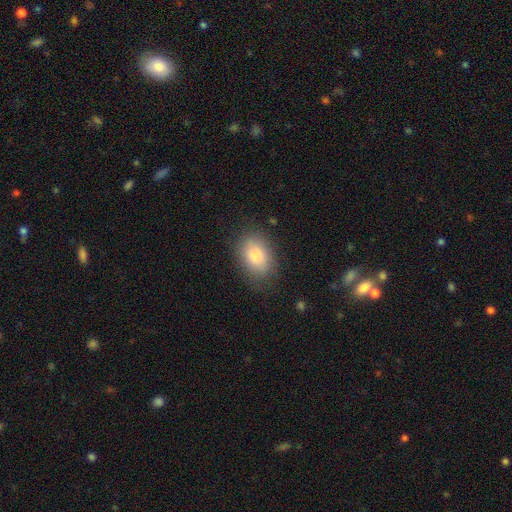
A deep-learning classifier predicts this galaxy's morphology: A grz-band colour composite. It shows a smooth galaxy with no disk features (84%) that is in between round and cigar-shaped (81%). Merging: none (79%).